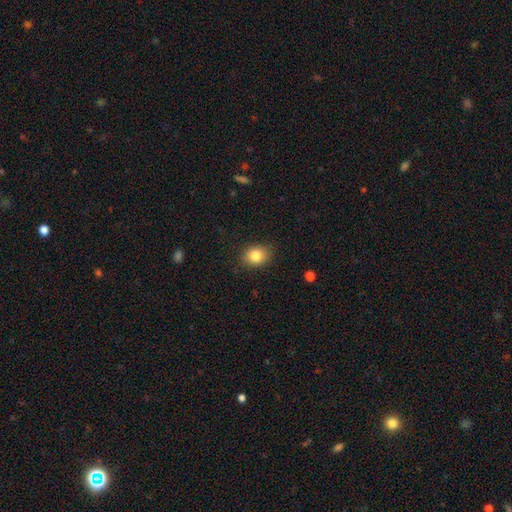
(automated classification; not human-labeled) A smooth galaxy with no disk features (83%) that is in between round and cigar-shaped (51%).

Vote fractions:
- Smooth or featured? smooth: 83% / star or artifact: 10% / featured or disk: 8%
- How rounded? in between: 51% / round: 48% / cigar-shaped: 1%
- Merging? none: 85% / minor disturbance: 12% / major disturbance: 3% / merger: 1%